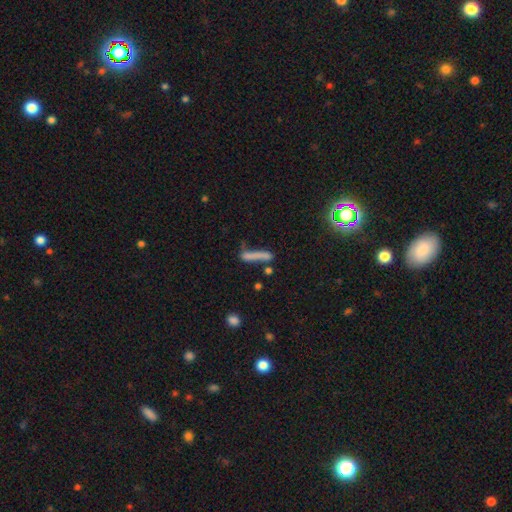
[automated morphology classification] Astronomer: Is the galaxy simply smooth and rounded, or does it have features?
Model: smooth — 64%.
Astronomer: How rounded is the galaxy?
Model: cigar-shaped — 86%.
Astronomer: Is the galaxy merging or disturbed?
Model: none — 48%.